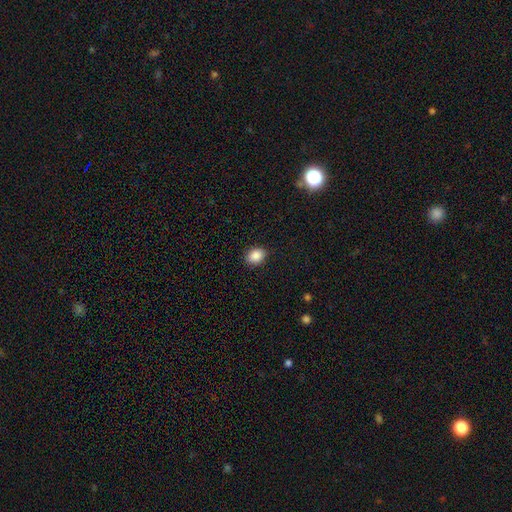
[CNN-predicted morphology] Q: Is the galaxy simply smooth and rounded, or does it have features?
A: smooth — 88%.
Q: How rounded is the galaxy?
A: in between — 55%.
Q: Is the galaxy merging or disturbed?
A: none — 90%.